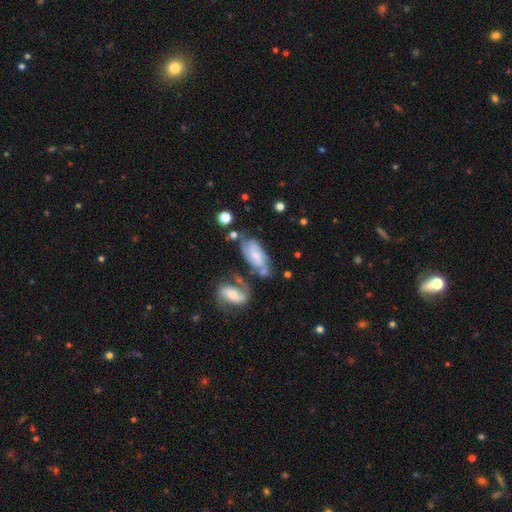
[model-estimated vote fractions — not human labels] Smooth or featured? Predicted: featured or disk (p=0.73). Edge-on disk? Predicted: no (p=0.94). Bar? Predicted: no (p=0.52). Spiral arms? Predicted: yes (p=0.92). Spiral winding? Predicted: medium (p=0.45). Spiral arm count? Predicted: 2 (p=0.49). Bulge size? Predicted: small (p=0.49). Merging? Predicted: none (p=0.50).